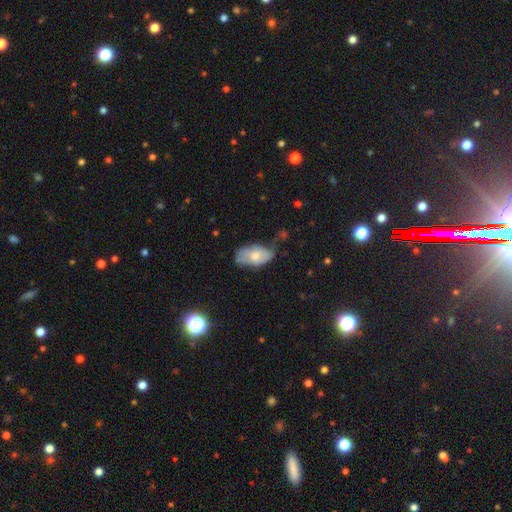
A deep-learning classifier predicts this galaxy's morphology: Smooth or featured?
  - smooth: 65% *
  - featured or disk: 29%
  - star or artifact: 7%
How rounded?
  - in between: 93% *
  - round: 4%
  - cigar-shaped: 2%
Merging?
  - none: 43% *
  - minor disturbance: 39%
  - major disturbance: 15%
  - merger: 3%